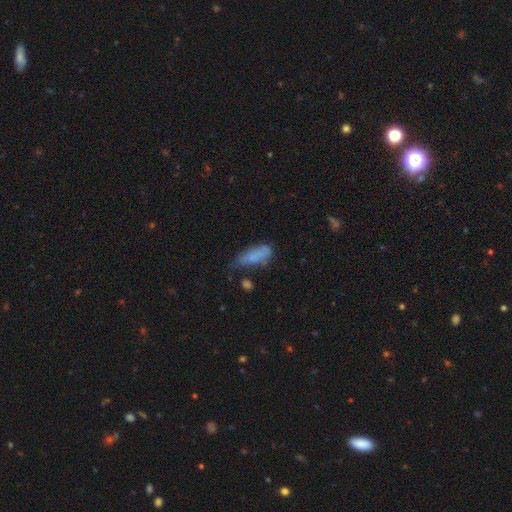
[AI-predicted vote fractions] Morphology: type=smooth (74%); roundness=in between (67%); merging=none (38%).